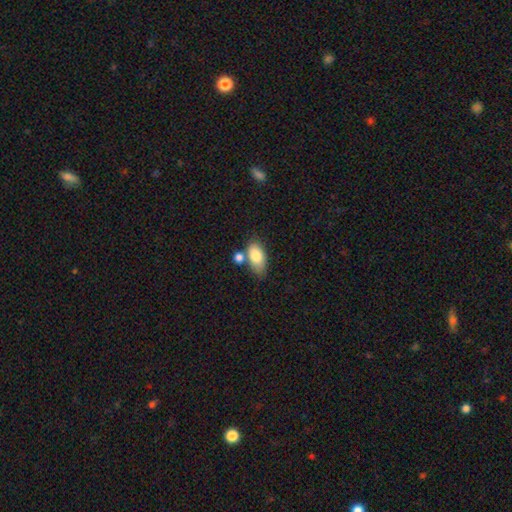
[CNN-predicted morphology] smooth-or-featured: smooth: 82% | featured or disk: 11% | star or artifact: 7%
  how-rounded: in between: 90% | round: 5% | cigar-shaped: 4%
  merging: none: 54% | merger: 23% | minor disturbance: 18% | major disturbance: 6%